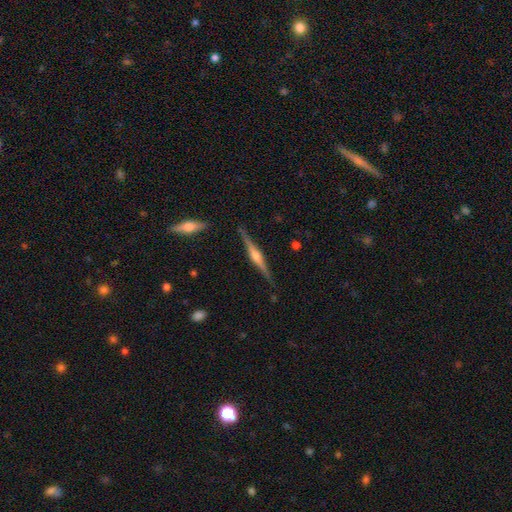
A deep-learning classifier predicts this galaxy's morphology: type=featured or disk (81%); edge-on=yes (98%); edge-on bulge=rounded (84%); merging=none (89%).